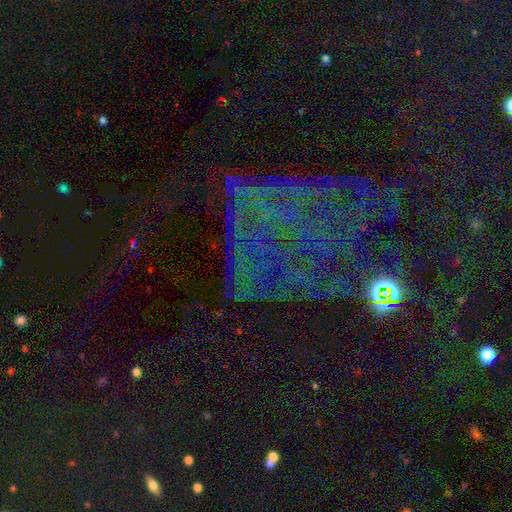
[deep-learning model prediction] smooth-or-featured: star or artifact: 59% | featured or disk: 23% | smooth: 17%